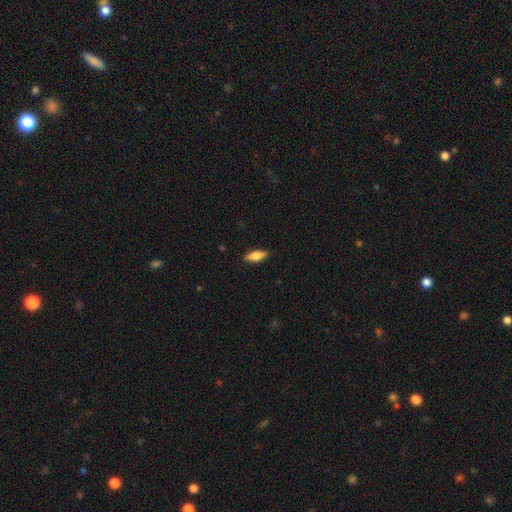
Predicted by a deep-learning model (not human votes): smooth 73%, featured or disk 21%, star or artifact 6%. Down the decision tree: how rounded — in between (65%); merging — none (89%).